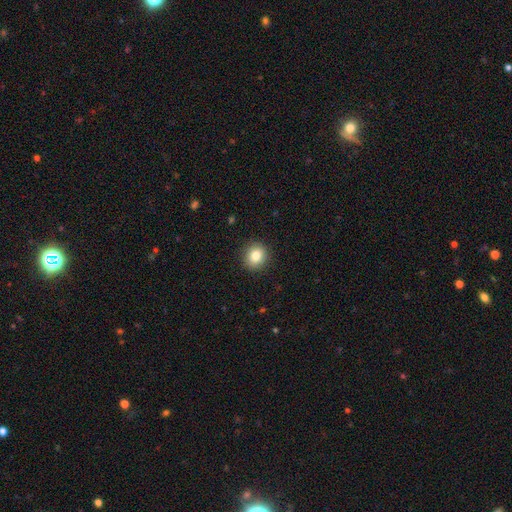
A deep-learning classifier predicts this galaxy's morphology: A smooth galaxy with no disk features (82%) that is round (86%). Merging: none (91%).